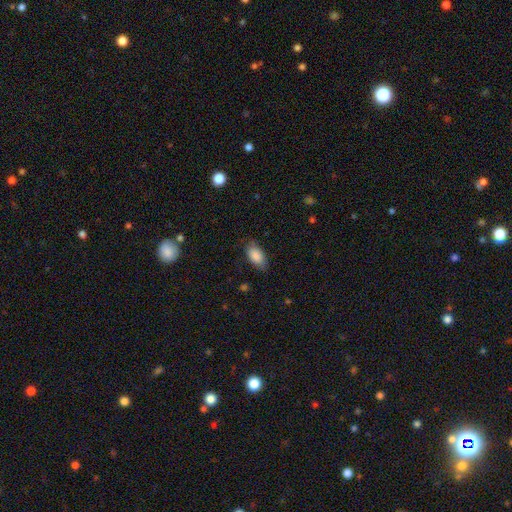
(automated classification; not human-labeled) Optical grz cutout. It shows a smooth galaxy with no disk features (87%) that is in between round and cigar-shaped (92%). Merging: none (78%).